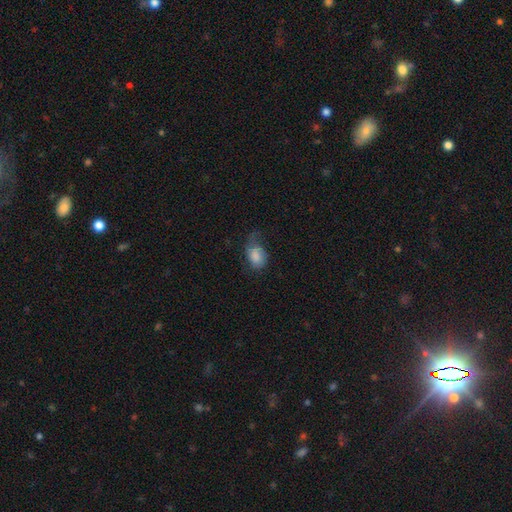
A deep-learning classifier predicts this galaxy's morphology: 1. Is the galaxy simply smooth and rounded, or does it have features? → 73% smooth, 18% featured or disk, 8% star or artifact.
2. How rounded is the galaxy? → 77% in between, 22% round, 1% cigar-shaped.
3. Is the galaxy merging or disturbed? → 35% none, 33% minor disturbance, 30% major disturbance, 2% merger.